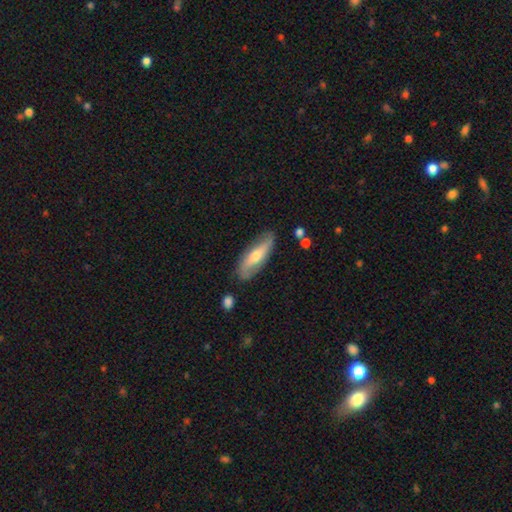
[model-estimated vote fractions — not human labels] Q: Smooth or featured?
A: featured or disk (52%); runner-up: smooth (42%)
Q: Edge-on disk?
A: no (59%); runner-up: yes (41%)
Q: Merging?
A: none (77%); runner-up: minor disturbance (17%)